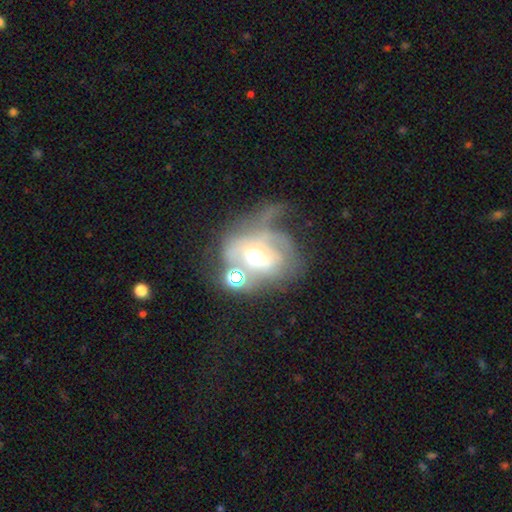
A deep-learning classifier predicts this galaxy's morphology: featured or disk 59%, smooth 29%, star or artifact 12%. Down the decision tree: edge-on disk — no (95%); bar — no (59%); spiral arms — no (50%, tied with yes); bulge size — moderate (67%); merging — major disturbance (39%).